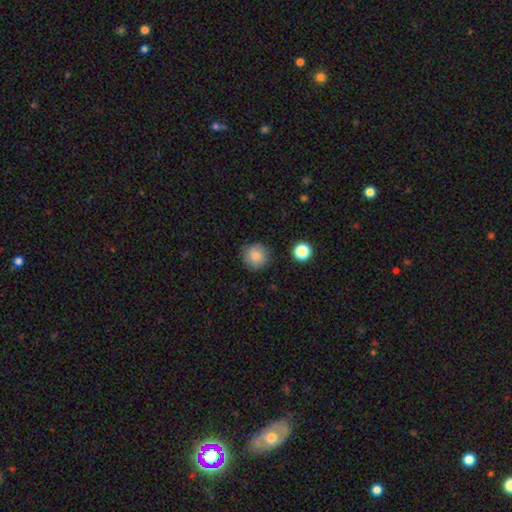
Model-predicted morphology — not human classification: This is clearly a smooth galaxy (85%). How rounded: clearly round (94%). Merging: clearly none (87%).